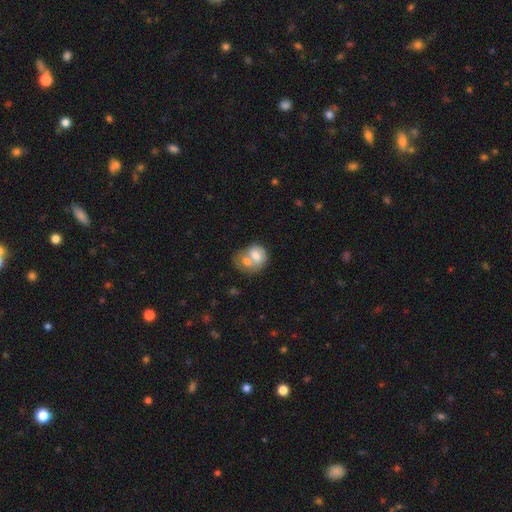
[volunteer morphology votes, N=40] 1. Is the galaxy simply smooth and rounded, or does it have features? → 72% smooth, 25% featured or disk, 2% star or artifact.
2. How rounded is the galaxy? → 52% round, 48% in between, 0% cigar-shaped.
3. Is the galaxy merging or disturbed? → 77% merger, 13% none, 10% minor disturbance, 0% major disturbance.